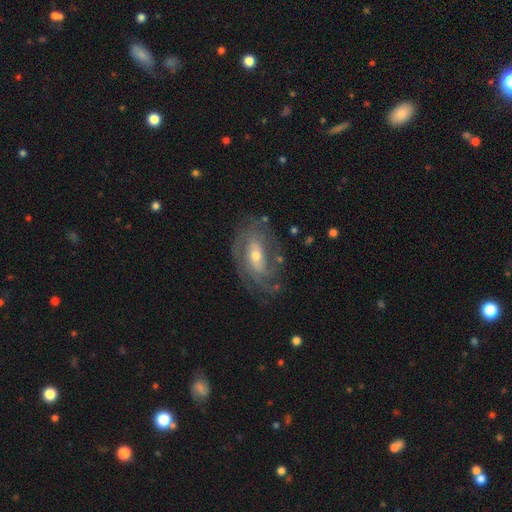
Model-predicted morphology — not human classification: A featured or disk galaxy (83%) with no bar (42%), tight (52%) spiral arms (90%) and a moderate central bulge (49%). Merging: none (66%).